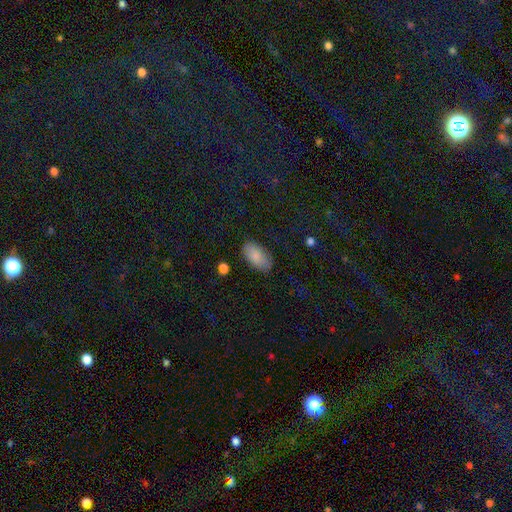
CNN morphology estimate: type=smooth (86%); roundness=in between (95%); merging=none (83%).